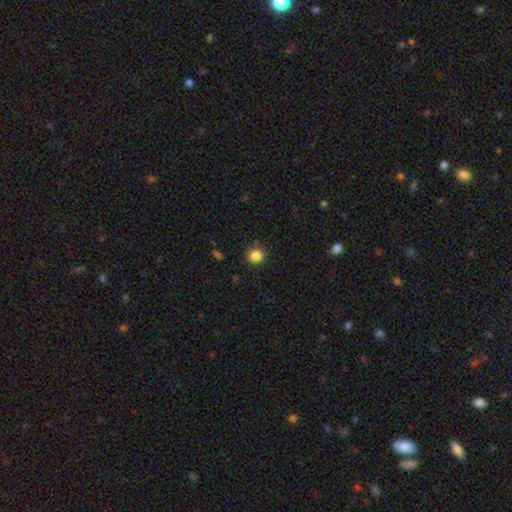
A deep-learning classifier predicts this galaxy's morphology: smooth_or_featured: smooth (p=0.84) [alt: star or artifact p=0.12]
how_rounded: round (p=0.81) [alt: in between p=0.18]
merging: none (p=0.84) [alt: minor disturbance p=0.11]